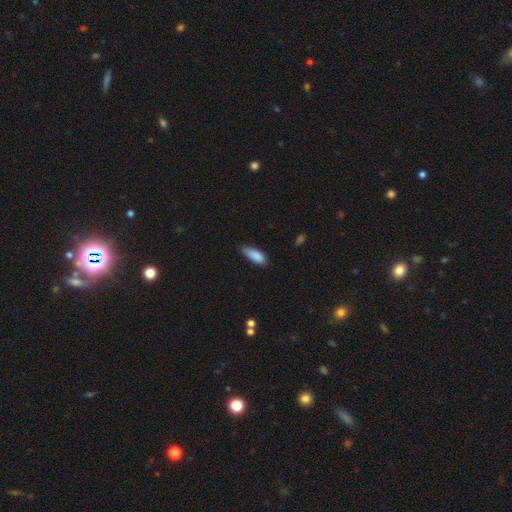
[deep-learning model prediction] This is clearly a smooth galaxy (87%). How rounded: likely in between (75%). Merging: likely none (63%).